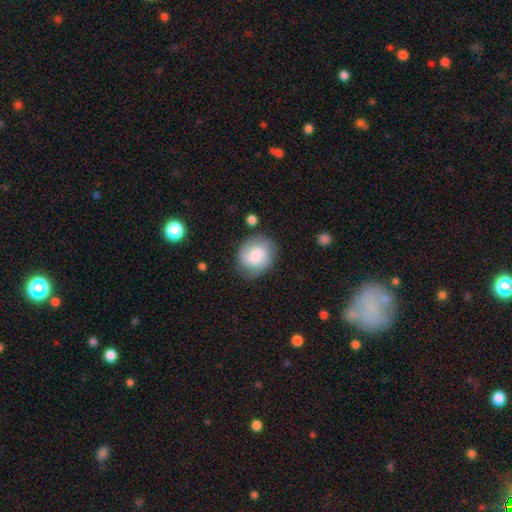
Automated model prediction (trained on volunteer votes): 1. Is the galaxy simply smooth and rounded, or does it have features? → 62% smooth, 30% featured or disk, 8% star or artifact.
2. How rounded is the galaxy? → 63% round, 36% in between, 1% cigar-shaped.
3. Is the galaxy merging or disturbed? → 70% none, 20% minor disturbance, 7% major disturbance, 3% merger.